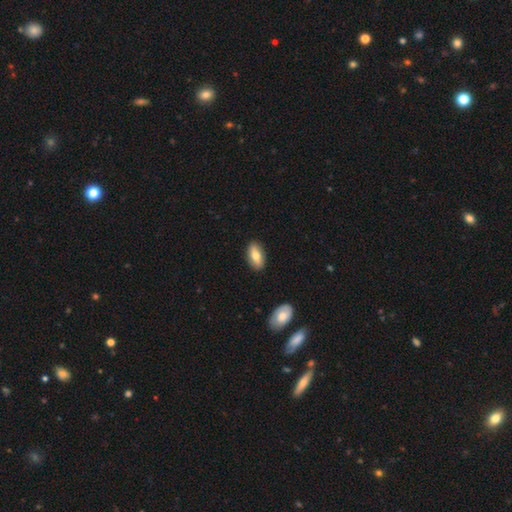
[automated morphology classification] Smooth or featured? smooth (72%)
How rounded? in between (89%)
Merging? none (88%)